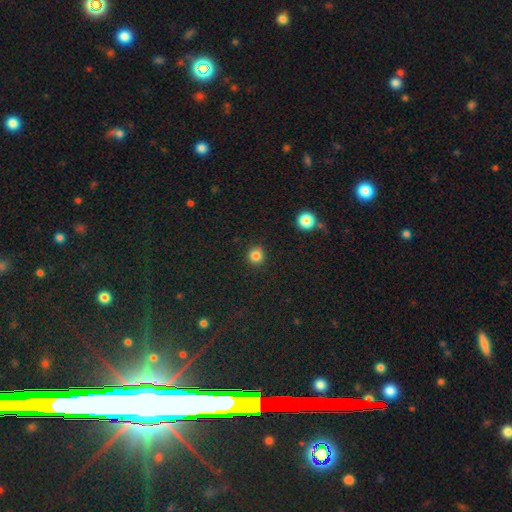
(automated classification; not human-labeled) Overall: smooth (83%). How rounded: round (93%). Merging: none (89%).